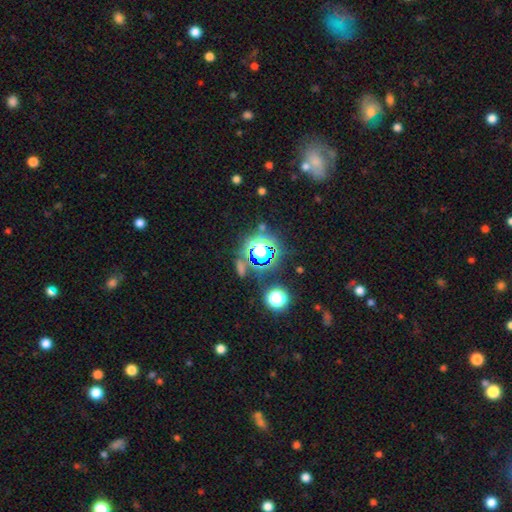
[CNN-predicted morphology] smooth_or_featured: star or artifact (p=0.54) [alt: smooth p=0.34]